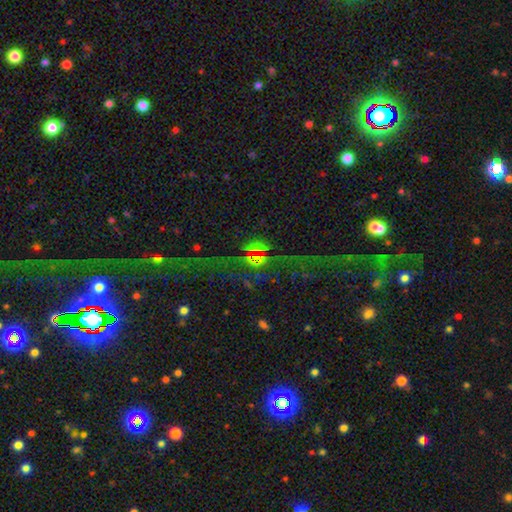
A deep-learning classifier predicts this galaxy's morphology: A star or artifact, not a galaxy (75%).

Vote fractions:
- Smooth or featured? star or artifact: 75% / smooth: 13% / featured or disk: 12%